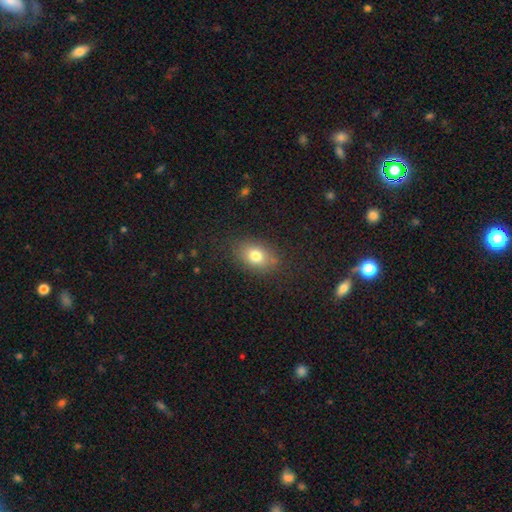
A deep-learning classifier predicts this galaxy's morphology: A smooth galaxy with no disk features (78%) that is in between round and cigar-shaped (75%). Merging: none (81%).